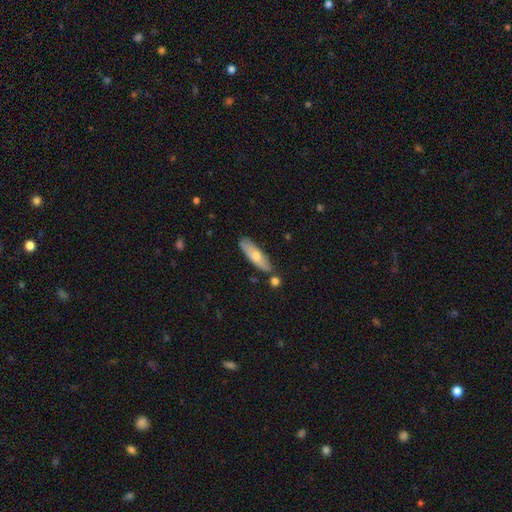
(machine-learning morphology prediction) This appears to be a smooth galaxy with no disk features (60%) that is cigar-shaped (60%). Merging: none (78%).